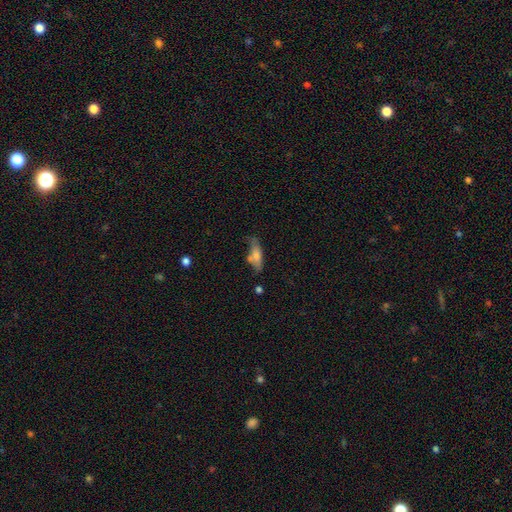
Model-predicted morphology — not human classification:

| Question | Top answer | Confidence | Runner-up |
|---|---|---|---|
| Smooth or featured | smooth | 66% | featured or disk (26%) |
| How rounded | in between | 56% | cigar-shaped (41%) |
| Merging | none | 51% | minor disturbance (26%) |